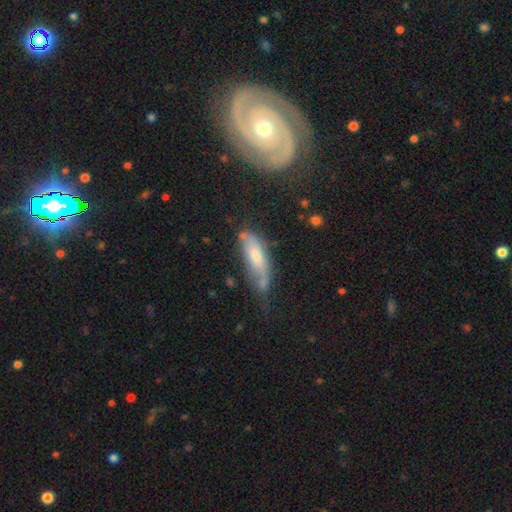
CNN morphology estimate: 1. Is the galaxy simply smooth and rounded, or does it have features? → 57% smooth, 35% featured or disk, 8% star or artifact.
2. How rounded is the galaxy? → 54% in between, 44% cigar-shaped, 2% round.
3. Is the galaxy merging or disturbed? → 40% none, 32% minor disturbance, 18% major disturbance, 10% merger.